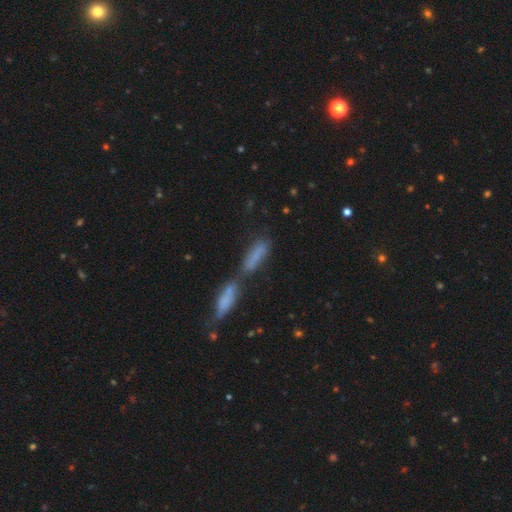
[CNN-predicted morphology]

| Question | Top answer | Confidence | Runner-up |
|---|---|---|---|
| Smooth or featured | smooth | 69% | featured or disk (19%) |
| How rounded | cigar-shaped | 61% | in between (36%) |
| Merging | merger | 64% | none (22%) |